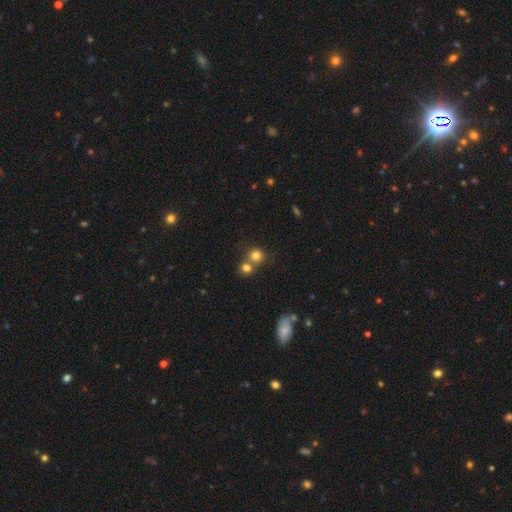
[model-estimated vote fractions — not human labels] smooth-or-featured: smooth: 77% | star or artifact: 14% | featured or disk: 9%
  how-rounded: round: 88% | in between: 11% | cigar-shaped: 1%
  merging: none: 55% | merger: 36% | minor disturbance: 7% | major disturbance: 3%